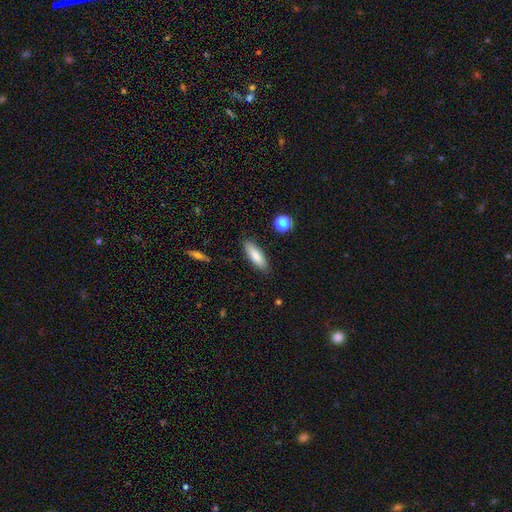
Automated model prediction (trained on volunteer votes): smooth_or_featured: smooth (p=0.83) [alt: featured or disk p=0.11]
how_rounded: cigar-shaped (p=0.53) [alt: in between p=0.45]
merging: none (p=0.87) [alt: minor disturbance p=0.09]